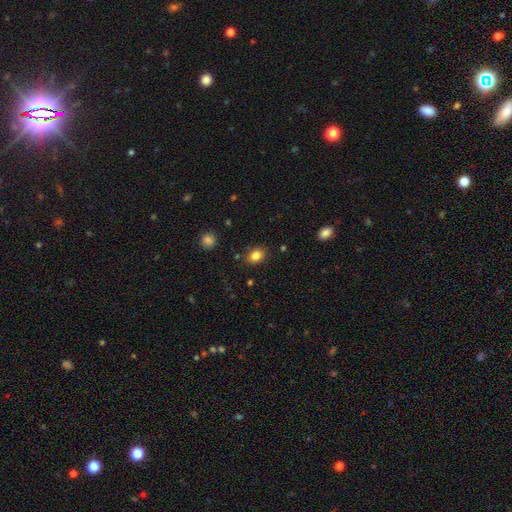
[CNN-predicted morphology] smooth-or-featured: smooth: 85% | star or artifact: 10% | featured or disk: 5%
  how-rounded: in between: 58% | round: 41% | cigar-shaped: 1%
  merging: none: 85% | minor disturbance: 10% | major disturbance: 3% | merger: 2%